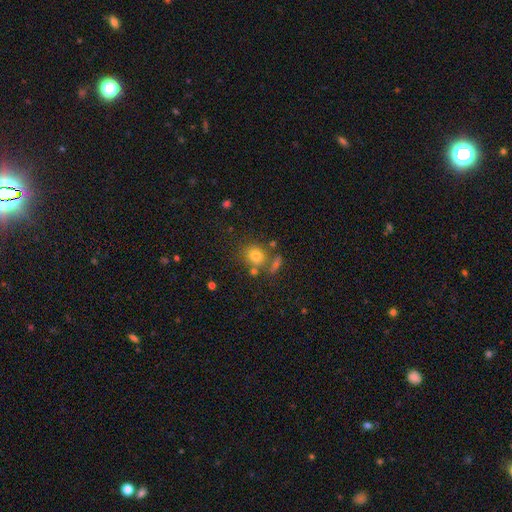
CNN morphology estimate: Overall: smooth (77%). How rounded: round (70%). Merging: none (64%).